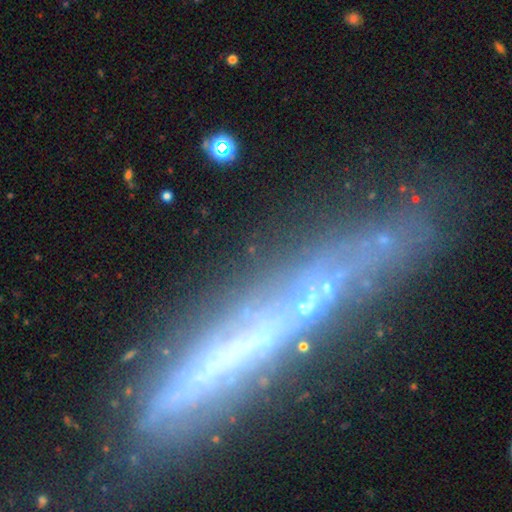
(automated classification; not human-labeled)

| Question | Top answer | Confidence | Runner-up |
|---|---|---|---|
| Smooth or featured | featured or disk | 63% | smooth (22%) |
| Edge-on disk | yes | 81% | no (19%) |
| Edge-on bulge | none | 75% | rounded (13%) |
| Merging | none | 72% | minor disturbance (17%) |